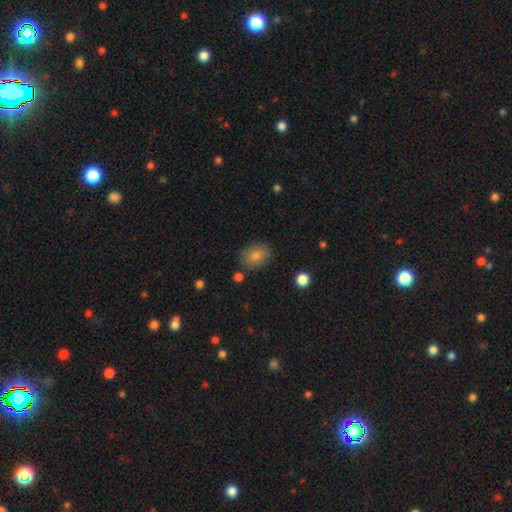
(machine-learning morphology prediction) Smooth or featured? smooth (78%)
How rounded? in between (62%)
Merging? none (83%)